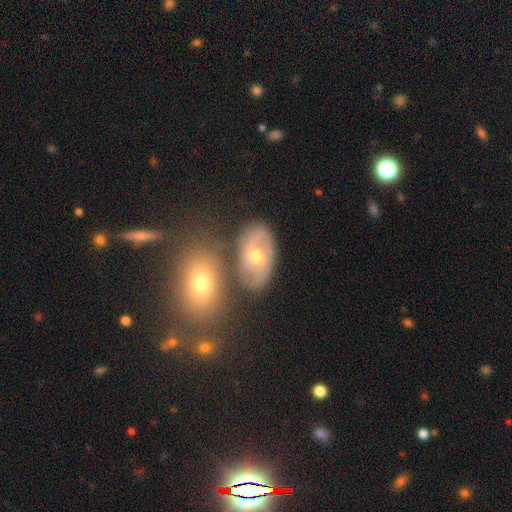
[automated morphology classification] Q: Smooth or featured?
A: featured or disk (69%); runner-up: smooth (22%)
Q: Edge-on disk?
A: no (95%); runner-up: yes (5%)
Q: Bar?
A: no (45%); runner-up: weak (44%)
Q: Spiral arms?
A: yes (78%); runner-up: no (22%)
Q: Spiral winding?
A: medium (43%); runner-up: tight (41%)
Q: Spiral arm count?
A: 2 (66%); runner-up: can't tell (22%)
Q: Bulge size?
A: moderate (67%); runner-up: small (28%)
Q: Merging?
A: none (66%); runner-up: minor disturbance (17%)